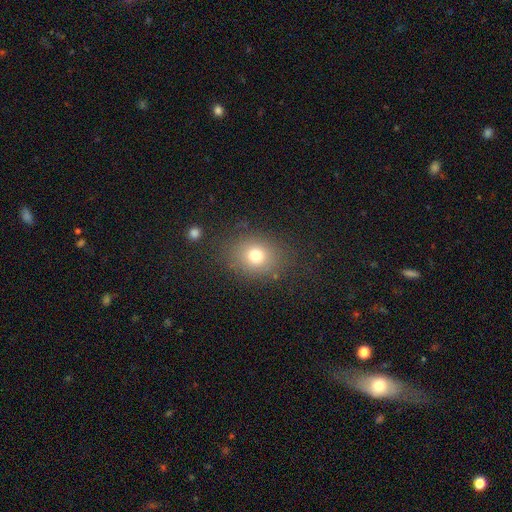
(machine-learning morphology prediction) A smooth galaxy with no disk features (74%) that is round (57%).

Vote fractions:
- Smooth or featured? smooth: 74% / star or artifact: 14% / featured or disk: 11%
- How rounded? round: 57% / in between: 42% / cigar-shaped: 1%
- Merging? none: 80% / minor disturbance: 12% / major disturbance: 6% / merger: 2%